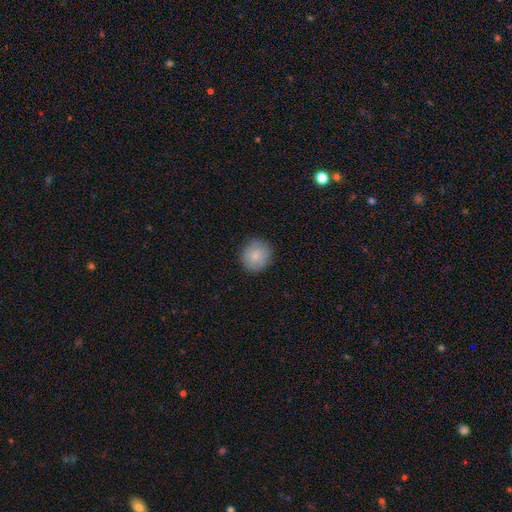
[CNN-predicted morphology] smooth_or_featured: smooth (p=0.84) [alt: featured or disk p=0.09]
how_rounded: round (p=0.89) [alt: in between p=0.10]
merging: none (p=0.88) [alt: minor disturbance p=0.09]